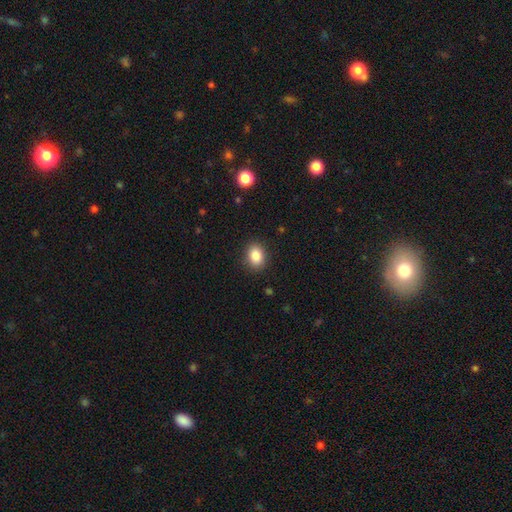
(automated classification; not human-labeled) Morphology: type=smooth (87%); roundness=in between (67%); merging=none (88%).